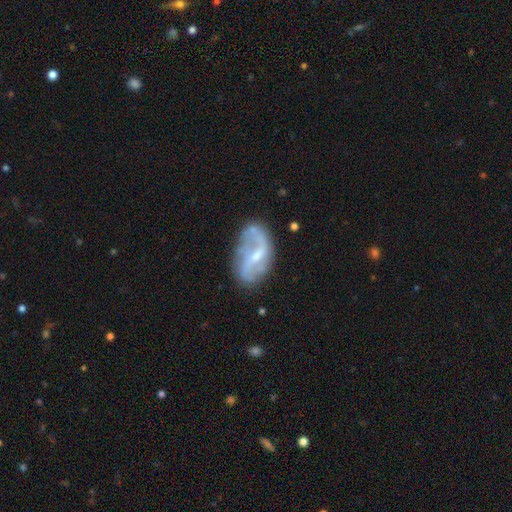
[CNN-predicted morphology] A featured or disk galaxy (80%) with a weak bar (51%), 2 (77%) loose (65%) spiral arms (88%) and a small central bulge (61%).

Vote fractions:
- Smooth or featured? featured or disk: 80% / smooth: 13% / star or artifact: 6%
- Edge-on disk? no: 96% / yes: 4%
- Bar? weak: 51% / no: 28% / strong: 21%
- Spiral arms? yes: 88% / no: 12%
- Spiral winding? loose: 65% / medium: 26% / tight: 9%
- Spiral arm count? 2: 77% / can't tell: 10% / 1: 6% / 3: 3% / 4: 2% / more than 4: 2%
- Bulge size? small: 61% / moderate: 32% / none: 5% / large: 2% / dominant: 1%
- Merging? none: 64% / minor disturbance: 22% / major disturbance: 11% / merger: 3%